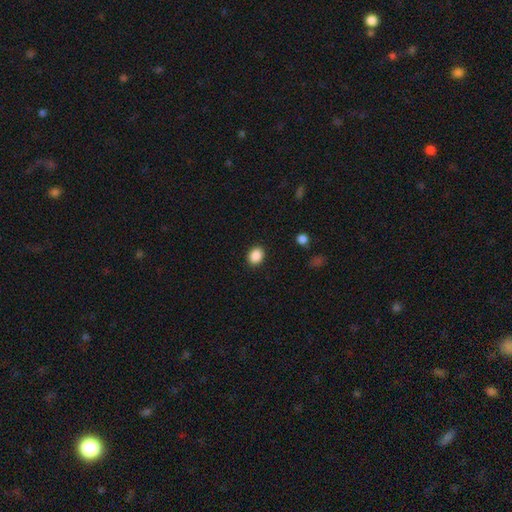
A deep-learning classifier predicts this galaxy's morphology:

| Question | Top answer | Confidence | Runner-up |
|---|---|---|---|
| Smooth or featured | smooth | 88% | star or artifact (9%) |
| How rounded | in between | 50% | round (49%) |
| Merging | none | 90% | minor disturbance (7%) |